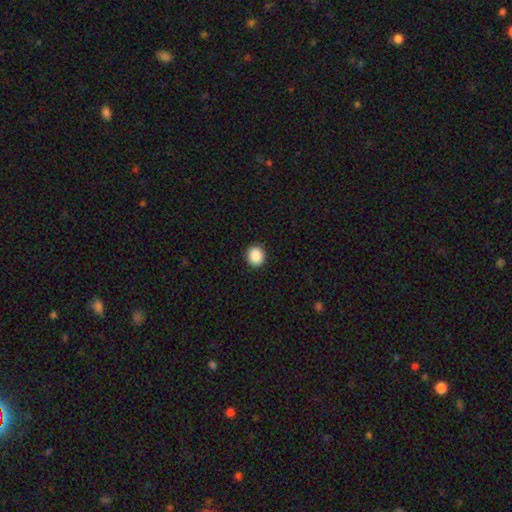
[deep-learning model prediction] A smooth galaxy with no disk features (89%) that is round (81%).

Vote fractions:
- Smooth or featured? smooth: 89% / star or artifact: 8% / featured or disk: 3%
- How rounded? round: 81% / in between: 18% / cigar-shaped: 1%
- Merging? none: 92% / minor disturbance: 5% / major disturbance: 2% / merger: 1%